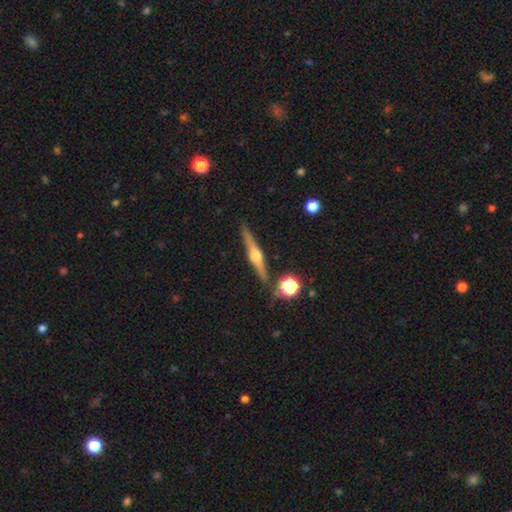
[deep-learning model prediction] A featured or disk galaxy (74%) viewed edge-on (97%) with a rounded central bulge (93%). Merging: none (87%).